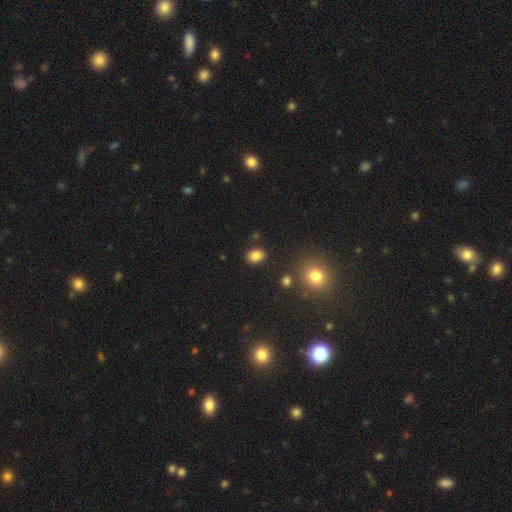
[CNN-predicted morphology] smooth-or-featured: smooth: 84% | star or artifact: 11% | featured or disk: 5%
  how-rounded: in between: 71% | round: 27% | cigar-shaped: 1%
  merging: none: 85% | minor disturbance: 10% | merger: 3% | major disturbance: 3%